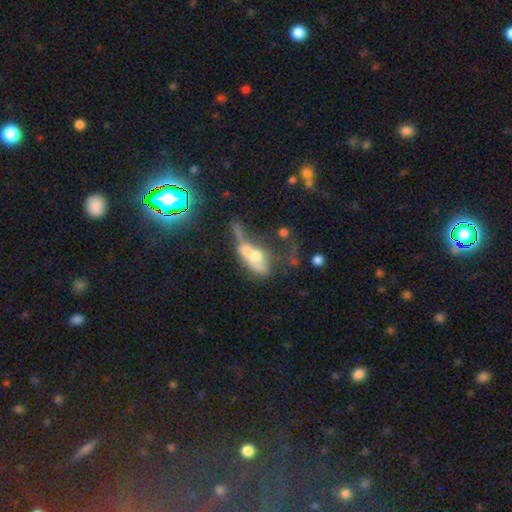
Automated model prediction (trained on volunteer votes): featured or disk 44%, smooth 43%, star or artifact 12%. Down the decision tree: merging — merger (54%).